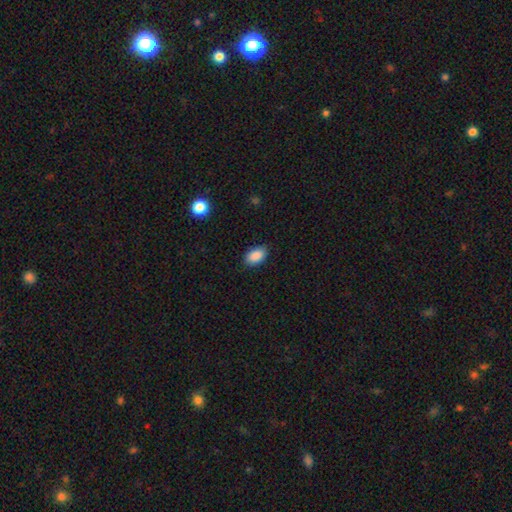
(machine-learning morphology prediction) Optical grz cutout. It shows a smooth galaxy with no disk features (89%) that is in between round and cigar-shaped (90%). Merging: none (84%).